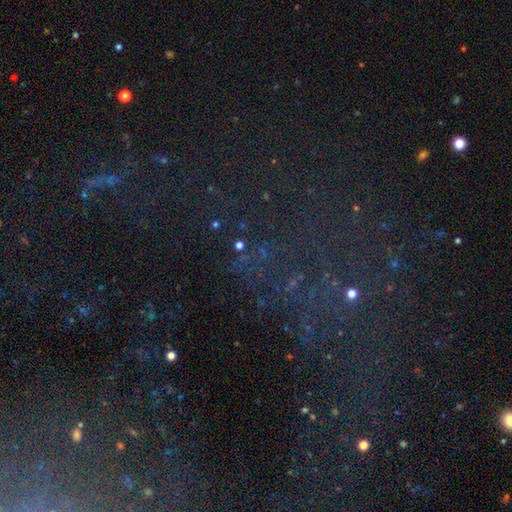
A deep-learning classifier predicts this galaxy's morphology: star or artifact 71%, smooth 15%, featured or disk 14%.